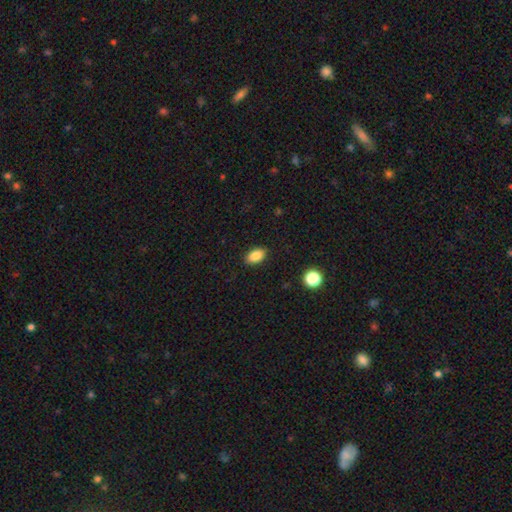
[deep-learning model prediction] This is clearly a smooth galaxy (87%). How rounded: clearly in between (89%). Merging: clearly none (88%).